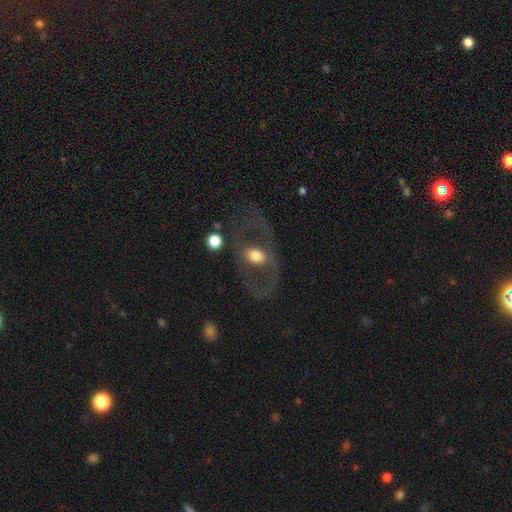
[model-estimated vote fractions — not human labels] Q: Smooth or featured?
A: featured or disk (52%); runner-up: smooth (41%)
Q: Edge-on disk?
A: no (90%); runner-up: yes (10%)
Q: Merging?
A: none (67%); runner-up: major disturbance (16%)